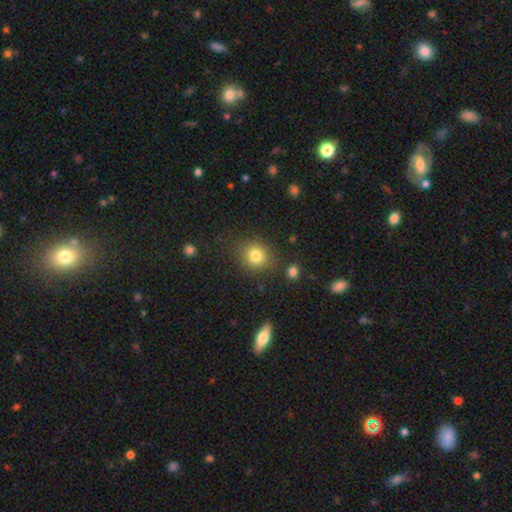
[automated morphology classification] The model was most divided on "how rounded": round: 76%, in between: 23%, cigar-shaped: 1%. More confident: merging — none (82%); smooth or featured — smooth (81%).